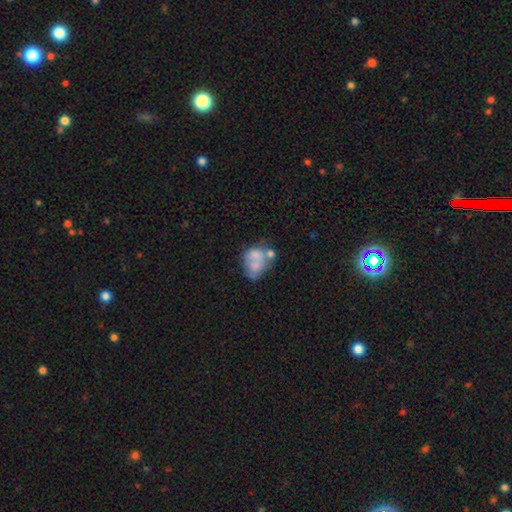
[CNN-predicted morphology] Smooth or featured? Predicted: smooth (p=0.49). Merging? Predicted: merger (p=0.40).